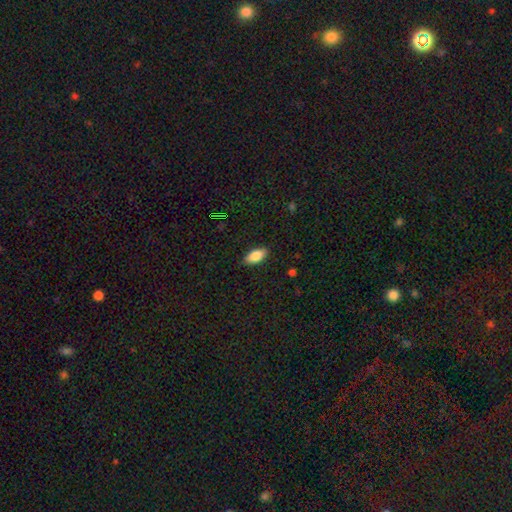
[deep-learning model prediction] Smooth or featured: smooth — 84% (featured or disk — 9%)
How rounded: in between — 90% (cigar-shaped — 7%)
Merging: none — 88% (minor disturbance — 9%)